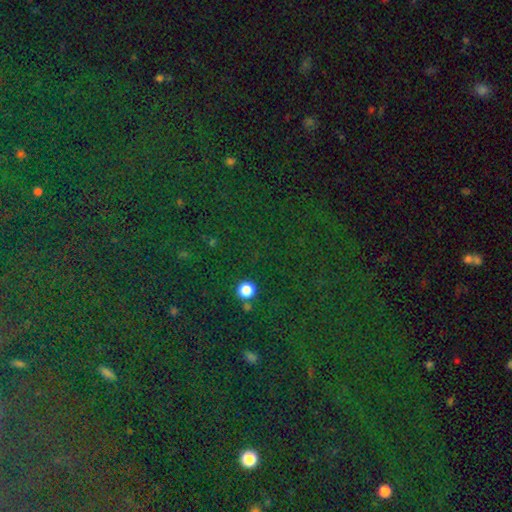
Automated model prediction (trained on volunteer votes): This is clearly a star or artifact rather than a galaxy (81%).